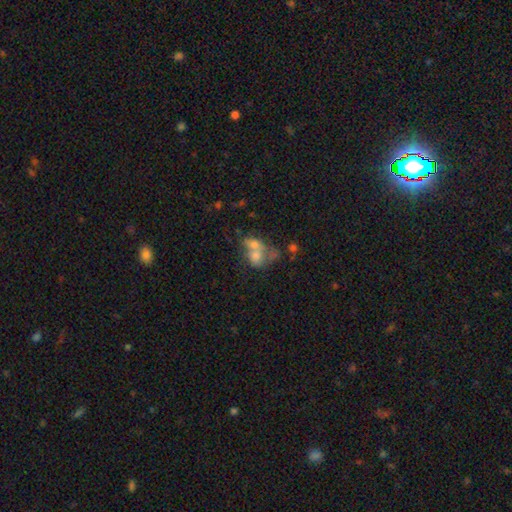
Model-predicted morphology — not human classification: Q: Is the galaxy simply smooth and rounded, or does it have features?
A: smooth — 59%.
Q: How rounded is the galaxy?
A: in between — 55%.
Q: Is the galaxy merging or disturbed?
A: merger — 67%.